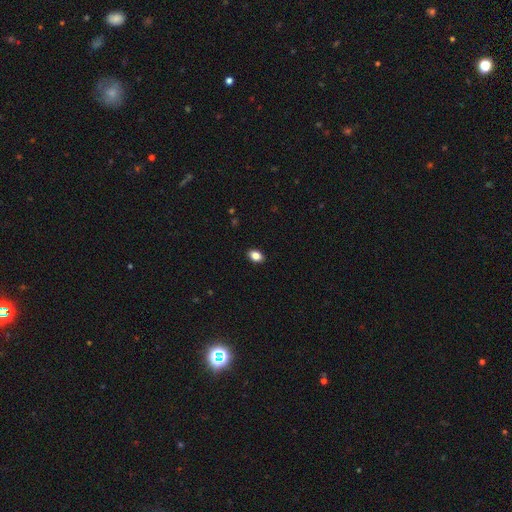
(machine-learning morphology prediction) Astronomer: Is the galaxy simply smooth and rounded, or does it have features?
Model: smooth — 85%.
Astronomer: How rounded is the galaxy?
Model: in between — 80%.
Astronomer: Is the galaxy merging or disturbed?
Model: none — 90%.